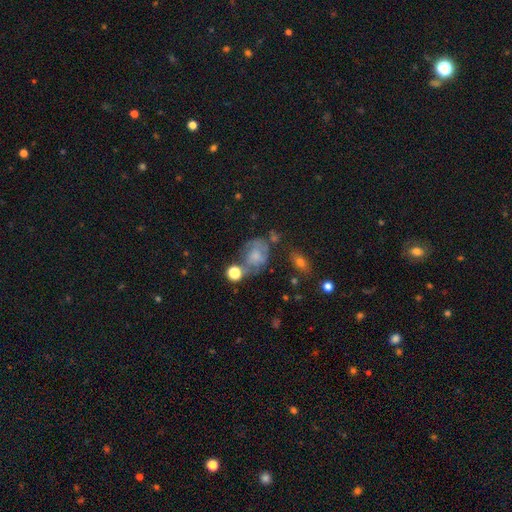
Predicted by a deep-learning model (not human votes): smooth_or_featured: smooth (p=0.47) [alt: featured or disk p=0.41]
merging: none (p=0.34) [alt: minor disturbance p=0.26]